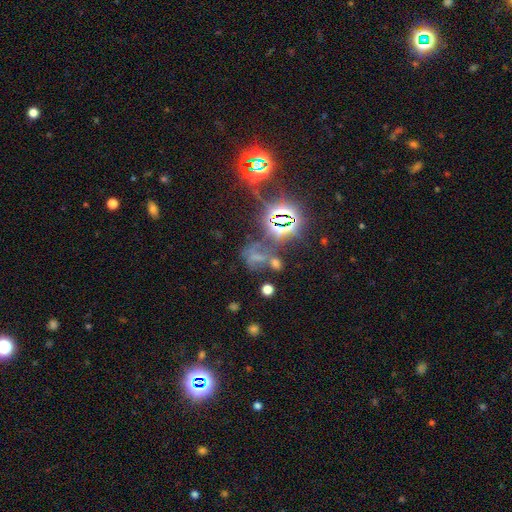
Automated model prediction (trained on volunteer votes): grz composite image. It shows a star or artifact, not a galaxy (51%).